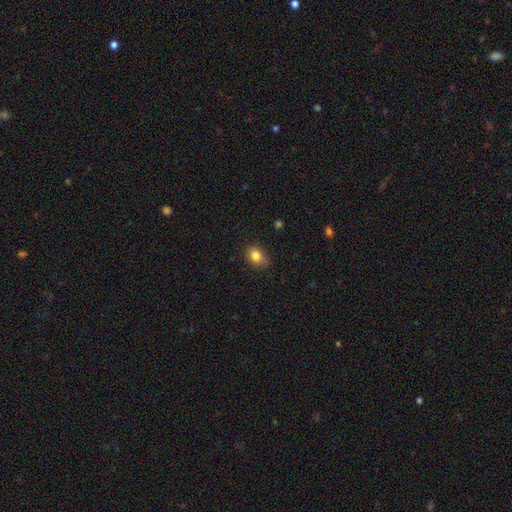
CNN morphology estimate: Smooth or featured? smooth (84%)
How rounded? in between (56%)
Merging? none (72%)